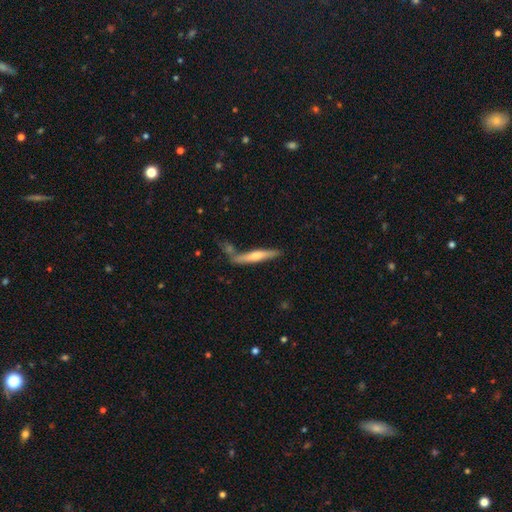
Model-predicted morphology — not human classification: This is possibly a featured or disk galaxy (52%). It is clearly viewed edge-on (95%). Merging: likely none (72%).